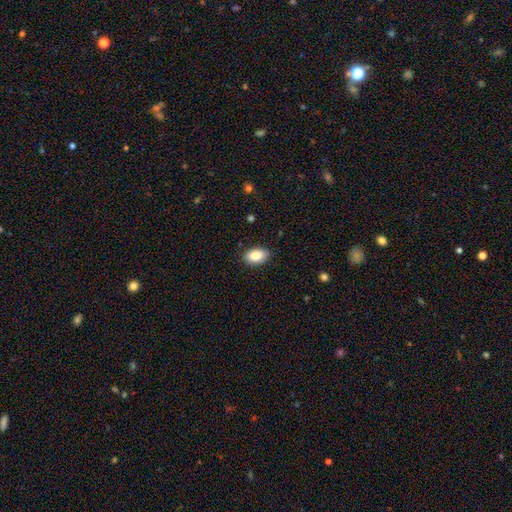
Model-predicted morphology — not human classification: smooth_or_featured: smooth (p=0.85) [alt: featured or disk p=0.07]
how_rounded: in between (p=0.92) [alt: round p=0.07]
merging: none (p=0.87) [alt: minor disturbance p=0.10]